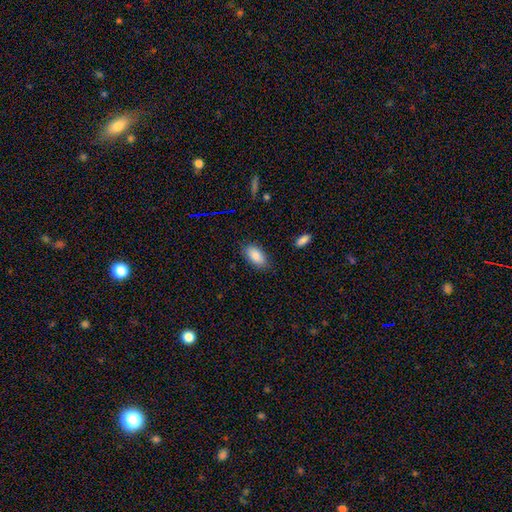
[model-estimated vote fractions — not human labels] A smooth galaxy with no disk features (86%) that is in between round and cigar-shaped (92%). Merging: none (81%).